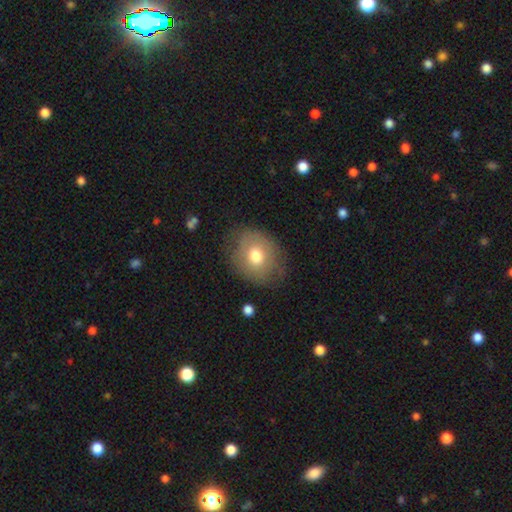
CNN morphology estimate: This is likely a smooth galaxy (66%). How rounded: possibly round (58%). Merging: likely none (70%).